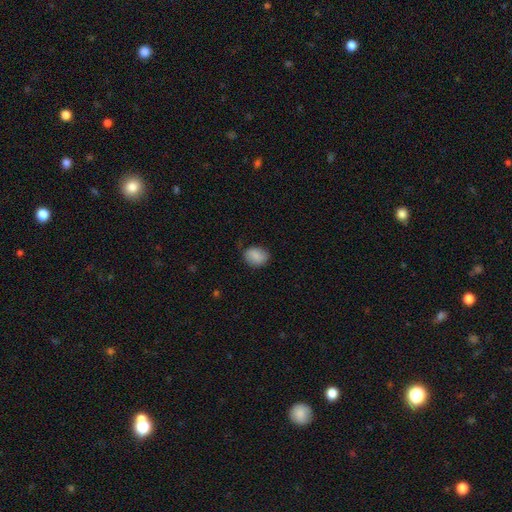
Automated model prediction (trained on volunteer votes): smooth_or_featured: smooth (p=0.85) [alt: star or artifact p=0.08]
how_rounded: in between (p=0.52) [alt: round p=0.46]
merging: none (p=0.75) [alt: minor disturbance p=0.20]